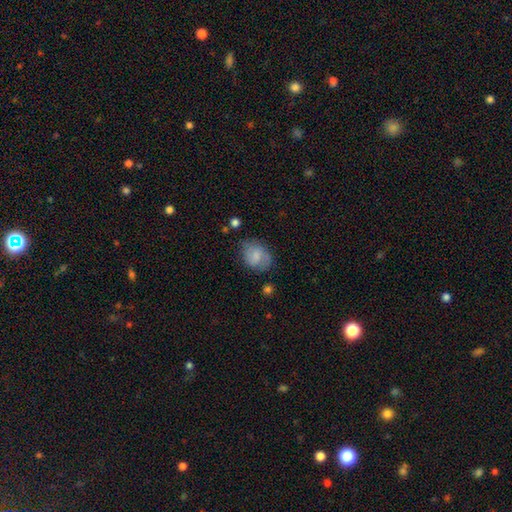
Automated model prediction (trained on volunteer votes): smooth 69%, featured or disk 23%, star or artifact 8%. Down the decision tree: how rounded — in between (54%); merging — none (65%).